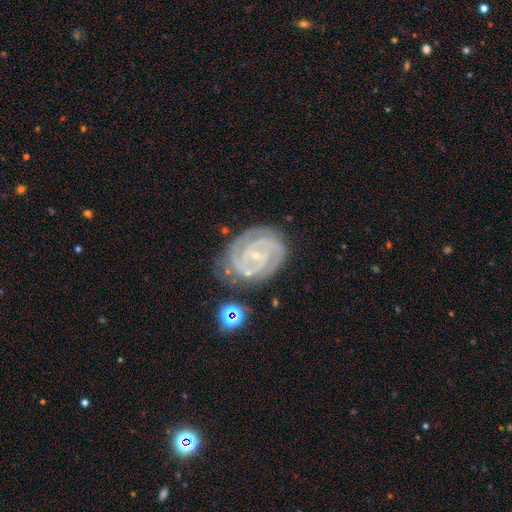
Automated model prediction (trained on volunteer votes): The model was most divided on "bar": no: 50%, weak: 32%, strong: 18%. More confident: spiral arms — yes (99%); edge-on disk — no (98%); smooth or featured — featured or disk (91%); bulge size — small (84%); spiral winding — tight (79%); merging — none (76%); spiral arm count — 2 (55%).